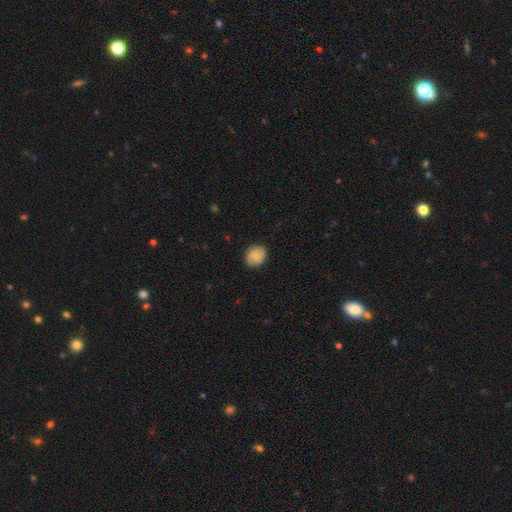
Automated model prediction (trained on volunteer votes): smooth_or_featured: smooth (p=0.78) [alt: featured or disk p=0.15]
how_rounded: round (p=0.74) [alt: in between p=0.25]
merging: none (p=0.86) [alt: minor disturbance p=0.11]